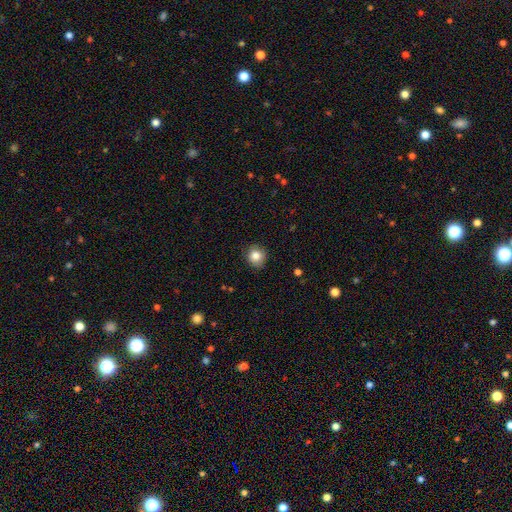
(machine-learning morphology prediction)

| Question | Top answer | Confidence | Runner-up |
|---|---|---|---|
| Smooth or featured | smooth | 83% | star or artifact (10%) |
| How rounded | round | 86% | in between (13%) |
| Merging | none | 87% | minor disturbance (10%) |